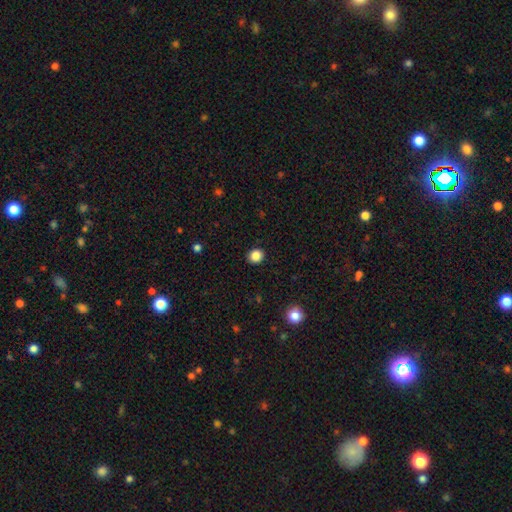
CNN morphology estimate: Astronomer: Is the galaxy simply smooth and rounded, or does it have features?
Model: smooth — 85%.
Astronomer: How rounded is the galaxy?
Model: round — 78%.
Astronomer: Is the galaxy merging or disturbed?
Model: none — 91%.